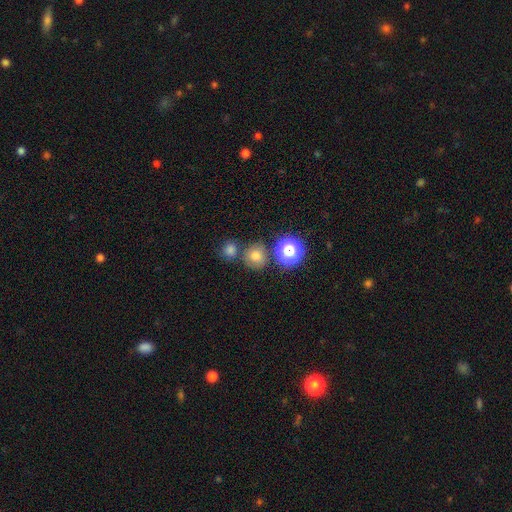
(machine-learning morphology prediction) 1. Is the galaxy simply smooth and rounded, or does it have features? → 68% smooth, 22% star or artifact, 10% featured or disk.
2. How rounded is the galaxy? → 88% round, 11% in between, 1% cigar-shaped.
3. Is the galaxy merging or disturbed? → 71% none, 15% merger, 10% minor disturbance, 4% major disturbance.